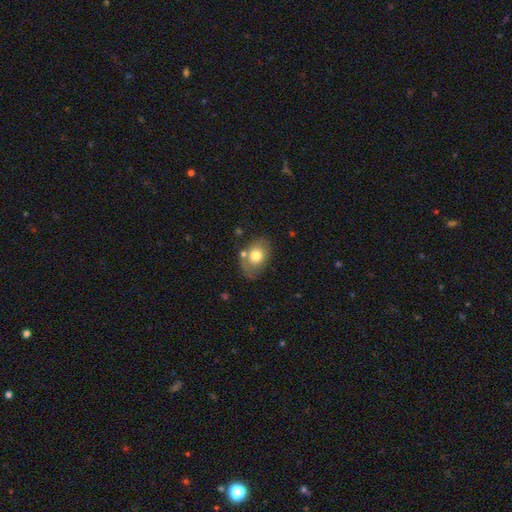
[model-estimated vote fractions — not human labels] Q: Smooth or featured?
A: smooth (71%); runner-up: featured or disk (21%)
Q: How rounded?
A: in between (77%); runner-up: round (22%)
Q: Merging?
A: none (62%); runner-up: minor disturbance (20%)